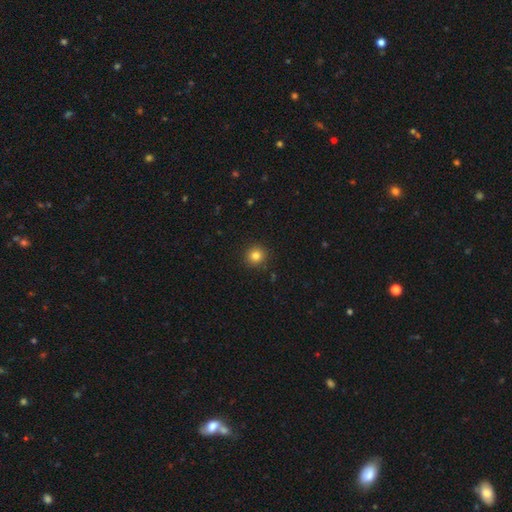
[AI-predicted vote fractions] This appears to be a smooth galaxy with no disk features (82%) that is round (93%). Merging: none (91%).